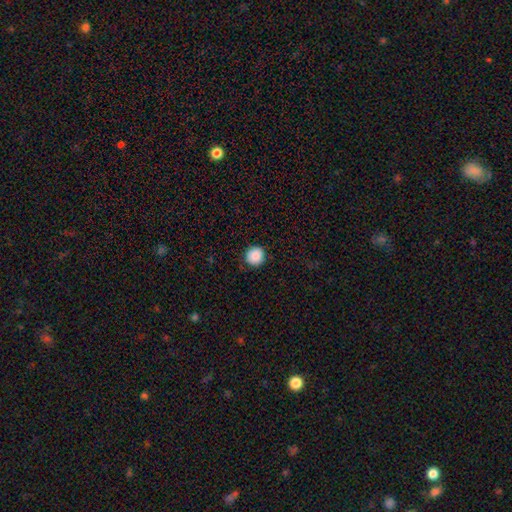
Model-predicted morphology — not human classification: smooth-or-featured: smooth: 89% | star or artifact: 8% | featured or disk: 3%
  how-rounded: round: 93% | in between: 6% | cigar-shaped: 1%
  merging: none: 90% | minor disturbance: 8% | major disturbance: 2% | merger: 1%